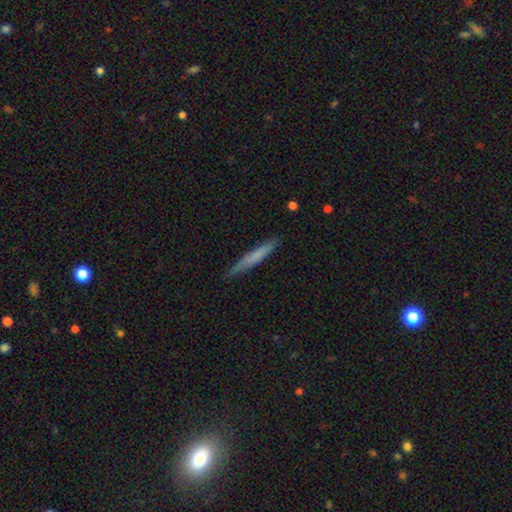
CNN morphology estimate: Q: Smooth or featured?
A: smooth (63%); runner-up: featured or disk (31%)
Q: How rounded?
A: cigar-shaped (95%); runner-up: in between (3%)
Q: Merging?
A: none (85%); runner-up: minor disturbance (12%)